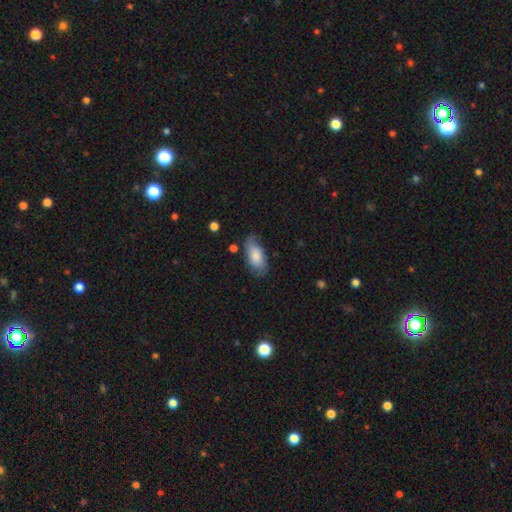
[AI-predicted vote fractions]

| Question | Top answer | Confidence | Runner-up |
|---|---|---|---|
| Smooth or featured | smooth | 76% | featured or disk (17%) |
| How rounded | in between | 90% | cigar-shaped (8%) |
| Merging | none | 69% | minor disturbance (23%) |